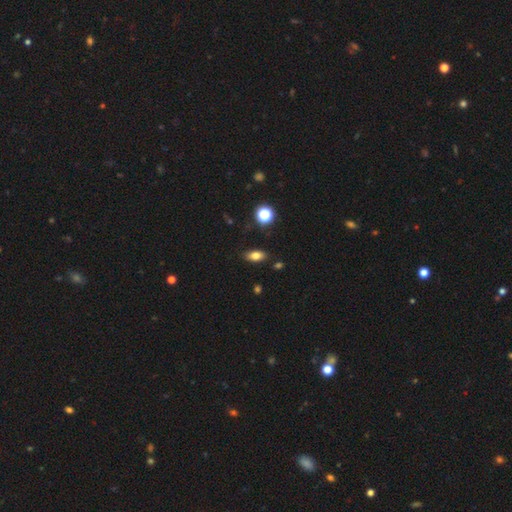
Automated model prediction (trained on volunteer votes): Q: Smooth or featured?
A: smooth (78%); runner-up: featured or disk (11%)
Q: How rounded?
A: in between (84%); runner-up: round (8%)
Q: Merging?
A: none (86%); runner-up: minor disturbance (10%)